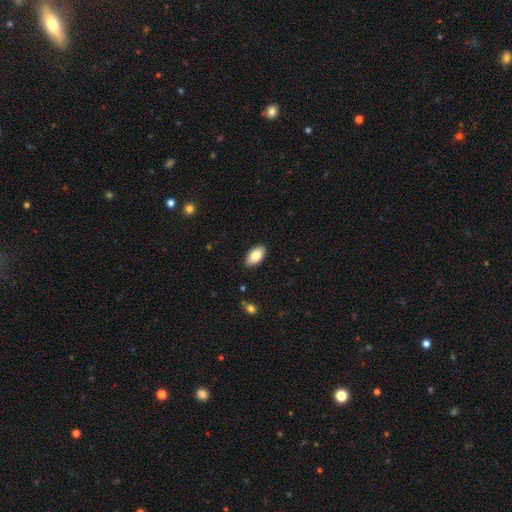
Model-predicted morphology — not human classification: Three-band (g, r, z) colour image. It shows a smooth galaxy with no disk features (82%) that is in between round and cigar-shaped (95%). Merging: none (89%).